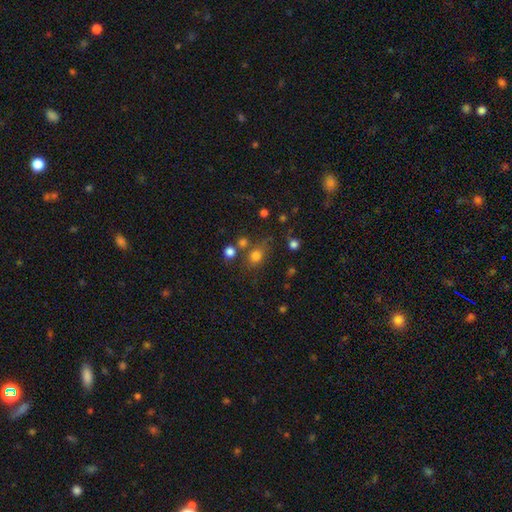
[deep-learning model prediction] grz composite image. It shows a smooth galaxy with no disk features (75%) that is round (66%). Merging: none (62%).